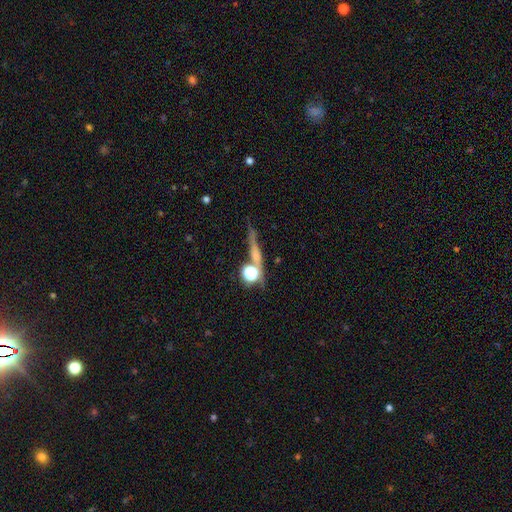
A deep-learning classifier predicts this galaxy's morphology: Smooth or featured?
  - smooth: 41% *
  - featured or disk: 30%
  - star or artifact: 28%
Merging?
  - none: 61% *
  - merger: 15%
  - minor disturbance: 14%
  - major disturbance: 10%